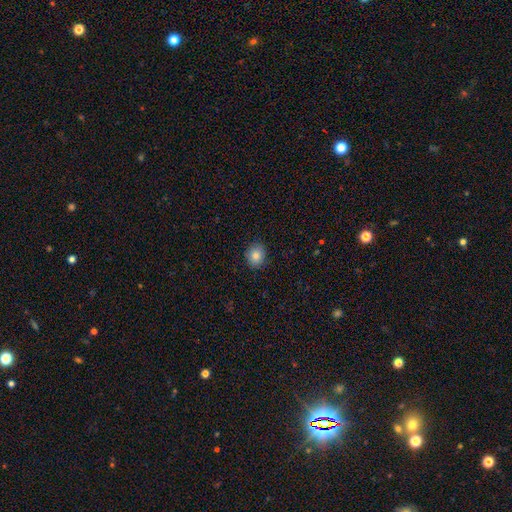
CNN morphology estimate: smooth_or_featured: smooth (p=0.84) [alt: star or artifact p=0.10]
how_rounded: round (p=0.74) [alt: in between p=0.25]
merging: none (p=0.89) [alt: minor disturbance p=0.08]